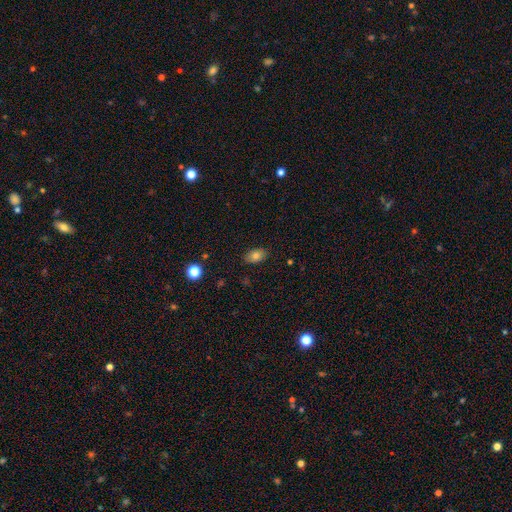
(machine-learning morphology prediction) This appears to be a smooth galaxy with no disk features (79%) that is in between round and cigar-shaped (87%). Merging: none (86%).